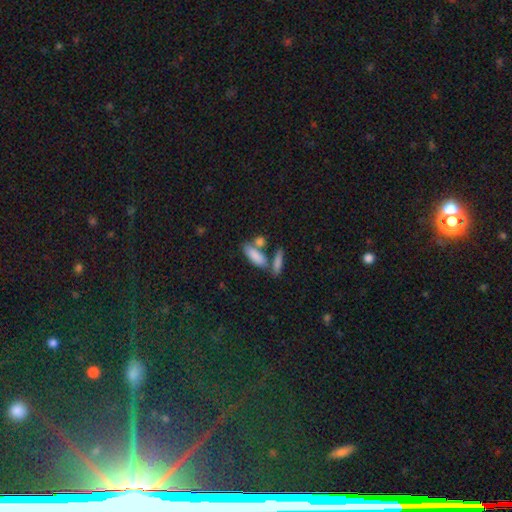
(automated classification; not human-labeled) smooth 82%, featured or disk 11%, star or artifact 7%. Down the decision tree: how rounded — in between (70%); merging — none (51%).